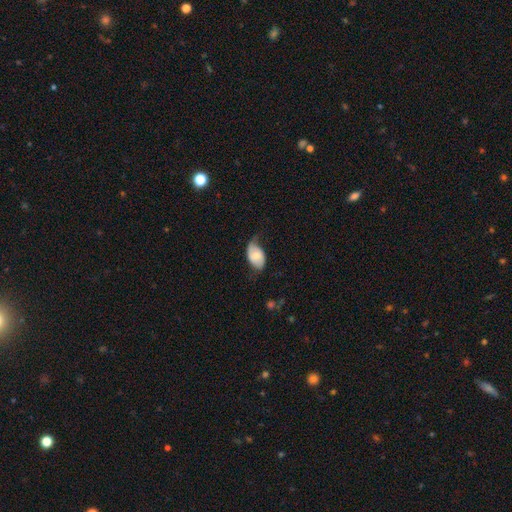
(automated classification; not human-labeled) Morphology: type=smooth (58%); roundness=in between (90%); merging=none (43%).